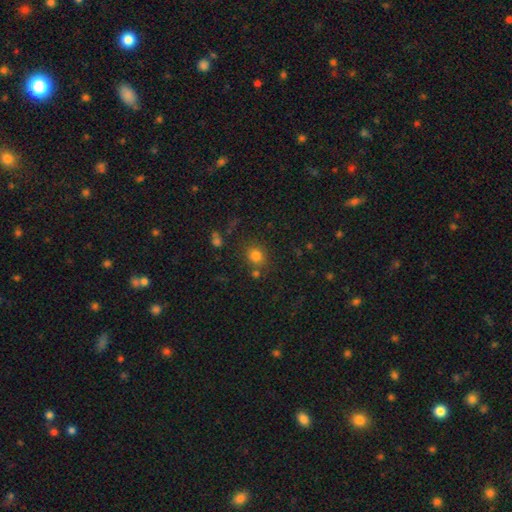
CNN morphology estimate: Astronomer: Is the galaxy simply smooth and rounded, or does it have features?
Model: smooth — 79%.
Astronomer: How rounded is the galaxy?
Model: round — 81%.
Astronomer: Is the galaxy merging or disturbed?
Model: none — 77%.